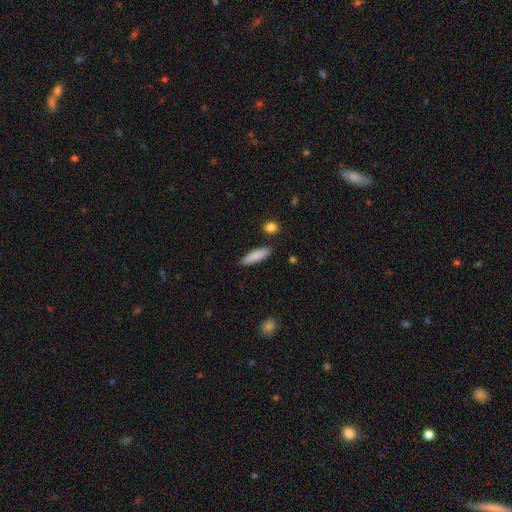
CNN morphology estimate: Smooth or featured: smooth — 85% (featured or disk — 10%)
How rounded: cigar-shaped — 66% (in between — 32%)
Merging: none — 87% (minor disturbance — 9%)